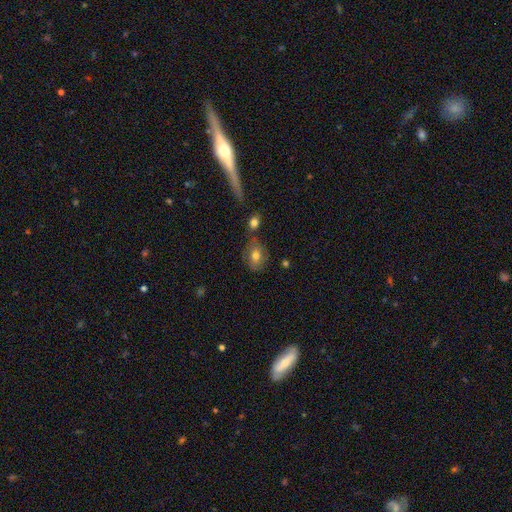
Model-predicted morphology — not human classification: A smooth galaxy with no disk features (70%) that is in between round and cigar-shaped (55%). Merging: none (62%).